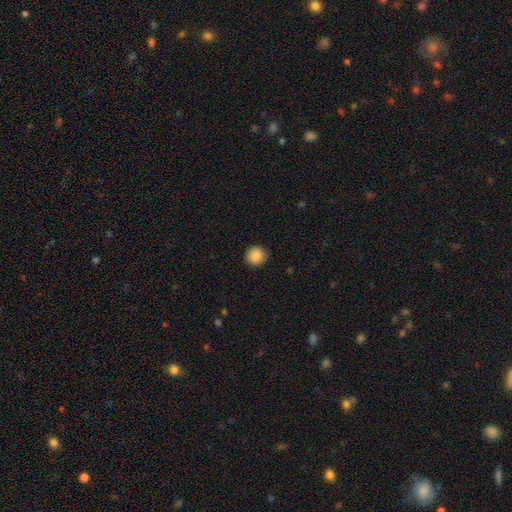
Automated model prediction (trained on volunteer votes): This is clearly a smooth galaxy (88%). How rounded: clearly round (92%). Merging: clearly none (91%).